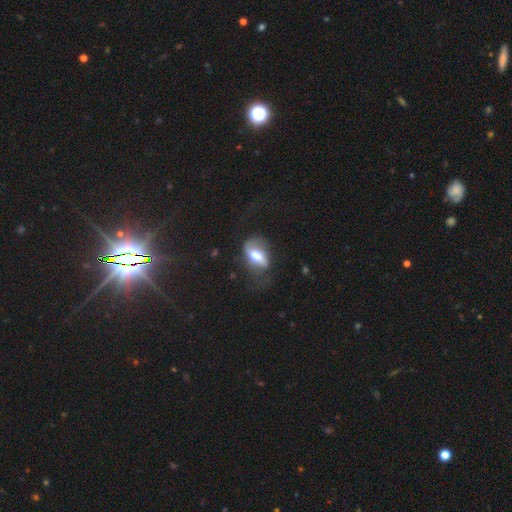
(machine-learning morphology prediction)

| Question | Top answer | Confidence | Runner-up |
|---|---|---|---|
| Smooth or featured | featured or disk | 54% | smooth (38%) |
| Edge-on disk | no | 89% | yes (11%) |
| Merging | none | 49% | minor disturbance (26%) |